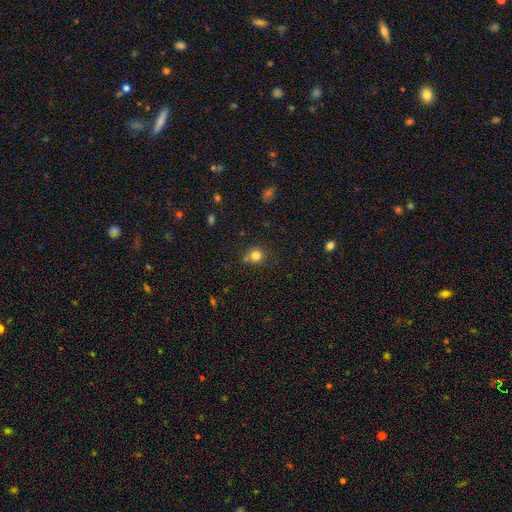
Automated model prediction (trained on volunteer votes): This is clearly a smooth galaxy (81%). How rounded: clearly round (87%). Merging: likely none (69%).